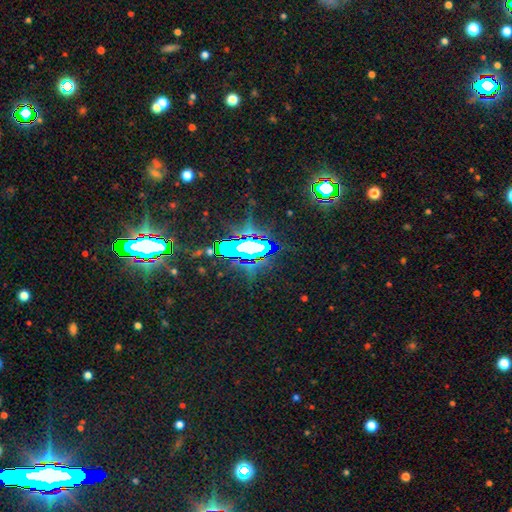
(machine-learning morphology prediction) star or artifact 68%, featured or disk 17%, smooth 15%.